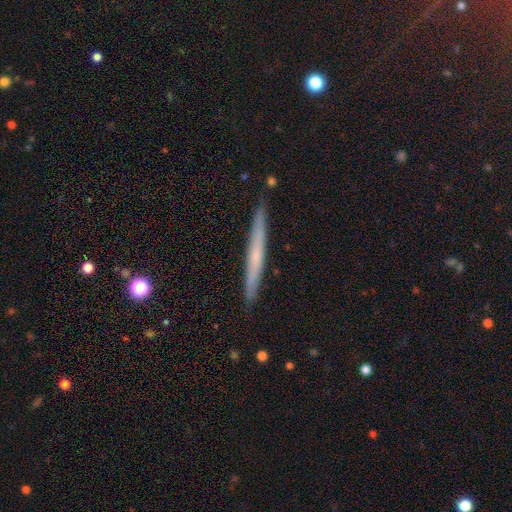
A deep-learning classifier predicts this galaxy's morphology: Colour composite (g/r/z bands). It shows a smooth galaxy with no disk features (47%). Merging: none (91%).